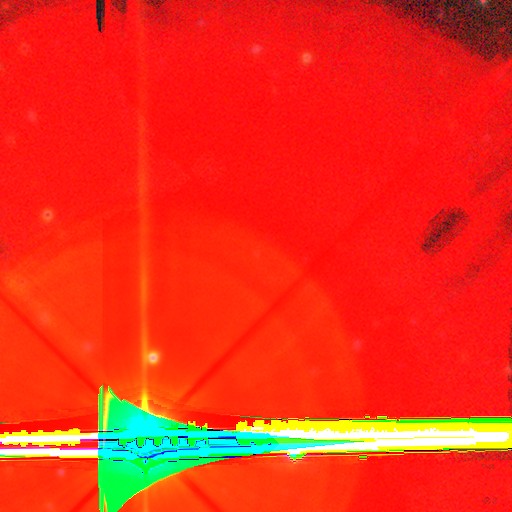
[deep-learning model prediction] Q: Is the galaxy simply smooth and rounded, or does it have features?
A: star or artifact — 89%.